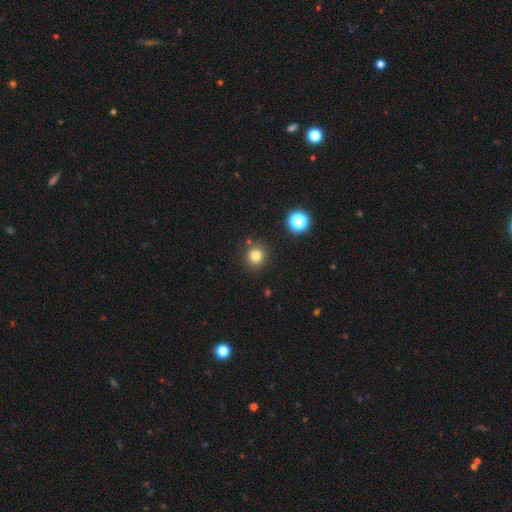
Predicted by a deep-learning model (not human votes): This appears to be a smooth galaxy with no disk features (79%) that is round (91%). Merging: none (85%).